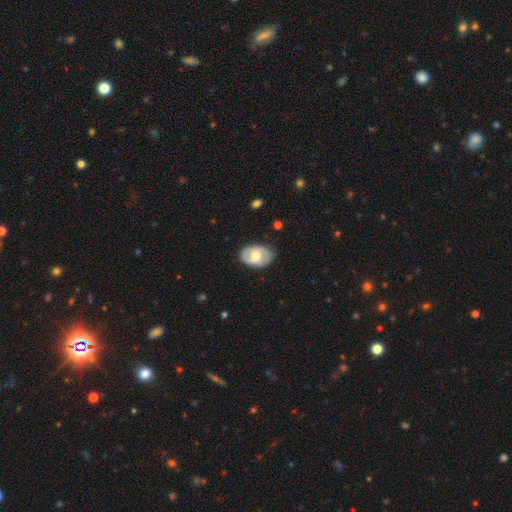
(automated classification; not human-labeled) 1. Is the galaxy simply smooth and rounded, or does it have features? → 52% smooth, 42% featured or disk, 6% star or artifact.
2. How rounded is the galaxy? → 87% in between, 11% round, 1% cigar-shaped.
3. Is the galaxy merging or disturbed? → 81% none, 15% minor disturbance, 3% major disturbance, 1% merger.